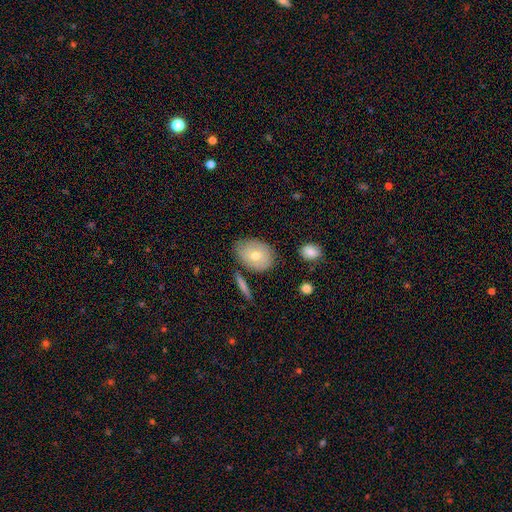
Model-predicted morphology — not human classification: This is likely a smooth galaxy (68%). How rounded: likely in between (71%). Merging: likely none (71%).